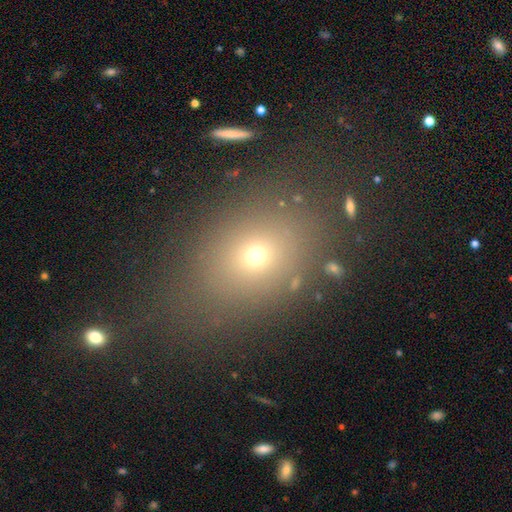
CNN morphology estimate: The model was most divided on "how rounded": in between: 55%, round: 43%, cigar-shaped: 2%. More confident: merging — none (76%); smooth or featured — smooth (64%).